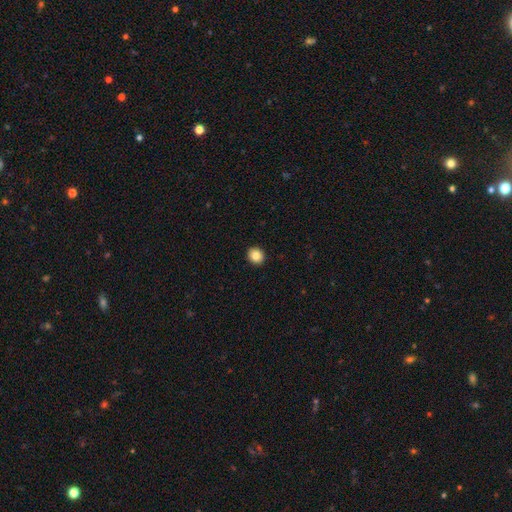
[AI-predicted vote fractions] Morphology: type=smooth (84%); roundness=round (79%); merging=none (93%).